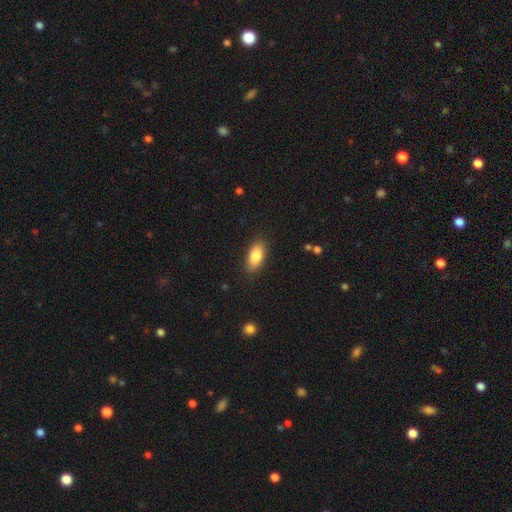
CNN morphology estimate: Smooth or featured?
  - smooth: 85% *
  - featured or disk: 8%
  - star or artifact: 7%
How rounded?
  - in between: 89% *
  - cigar-shaped: 8%
  - round: 3%
Merging?
  - none: 86% *
  - minor disturbance: 11%
  - major disturbance: 3%
  - merger: 1%